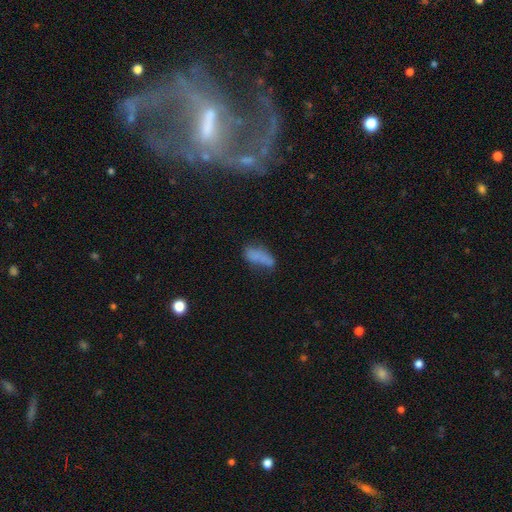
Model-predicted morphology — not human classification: Smooth or featured?
  - smooth: 68% *
  - featured or disk: 20%
  - star or artifact: 12%
How rounded?
  - in between: 83% *
  - cigar-shaped: 14%
  - round: 4%
Merging?
  - none: 41% *
  - minor disturbance: 27%
  - major disturbance: 17%
  - merger: 15%